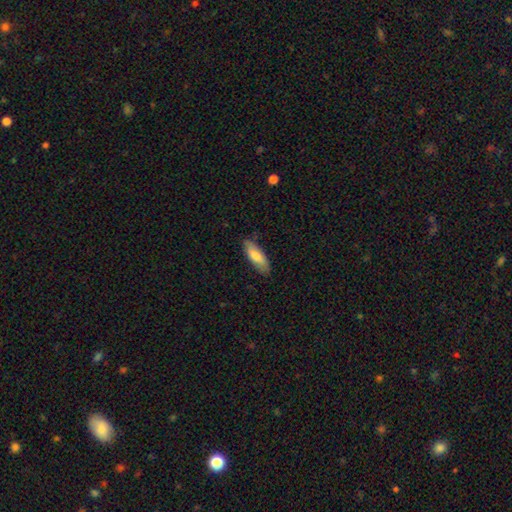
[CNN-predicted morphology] Smooth or featured?
  - smooth: 76% *
  - featured or disk: 18%
  - star or artifact: 6%
How rounded?
  - in between: 61% *
  - cigar-shaped: 37%
  - round: 2%
Merging?
  - none: 79% *
  - minor disturbance: 17%
  - major disturbance: 3%
  - merger: 1%